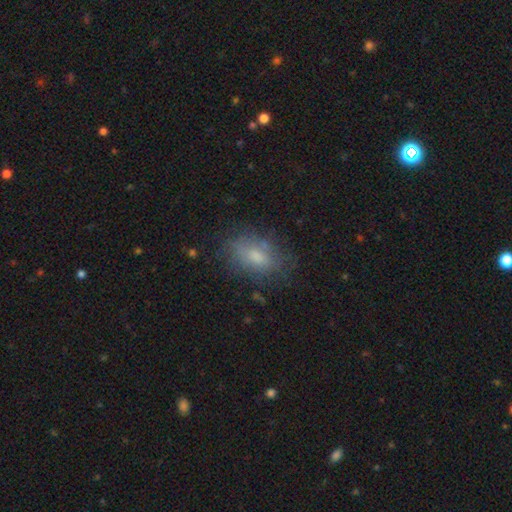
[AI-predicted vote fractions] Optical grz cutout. It shows a smooth galaxy with no disk features (67%) that is in between round and cigar-shaped (87%). Merging: none (64%).